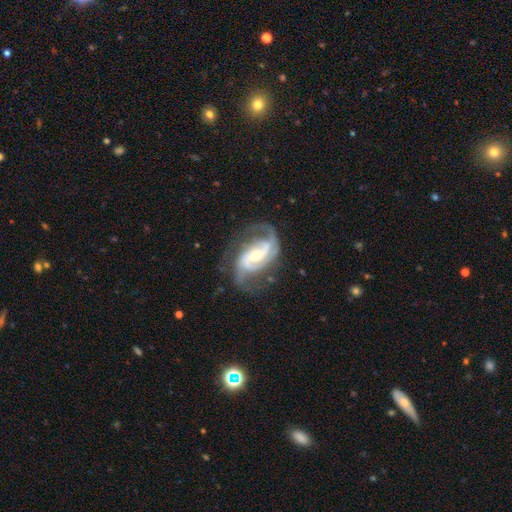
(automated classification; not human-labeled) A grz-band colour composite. It shows a featured or disk galaxy (90%) with no bar (44%), 2 (63%) medium (50%) spiral arms (97%) and a moderate central bulge (48%, tied with small). Merging: none (62%).